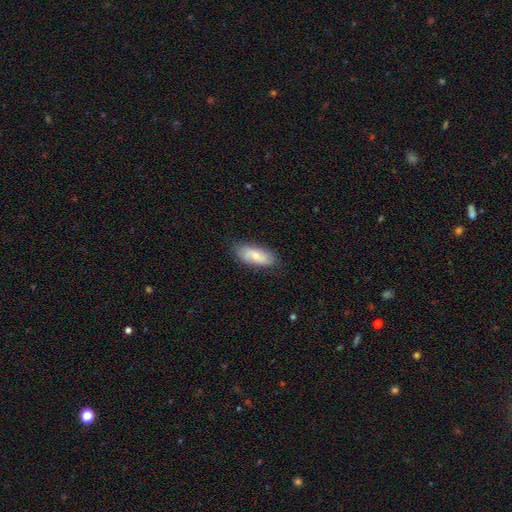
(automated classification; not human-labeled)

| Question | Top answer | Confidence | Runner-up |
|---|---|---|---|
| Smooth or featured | smooth | 56% | featured or disk (37%) |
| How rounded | in between | 86% | cigar-shaped (12%) |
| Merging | none | 75% | minor disturbance (19%) |